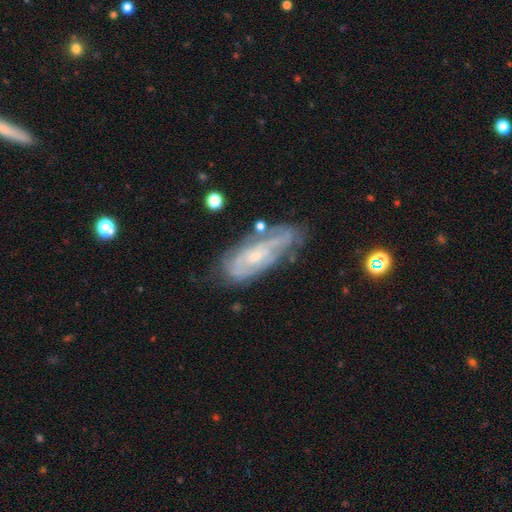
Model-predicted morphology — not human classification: Smooth or featured: featured or disk — 74% (smooth — 19%)
Edge-on disk: no — 87% (yes — 13%)
Bar: no — 67% (weak — 26%)
Spiral arms: yes — 80% (no — 20%)
Spiral winding: tight — 60% (medium — 30%)
Spiral arm count: can't tell — 55% (2 — 26%)
Bulge size: small — 66% (moderate — 29%)
Merging: none — 58% (minor disturbance — 26%)